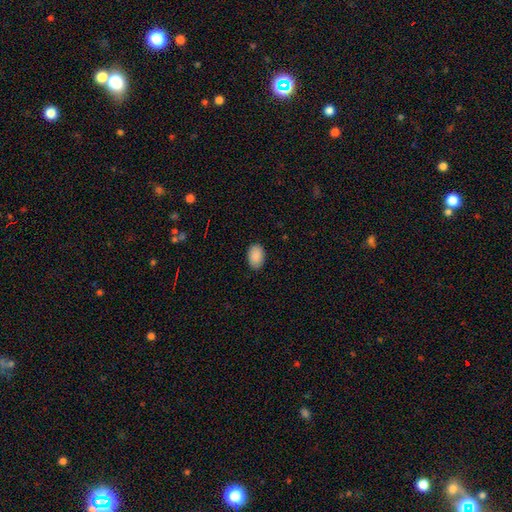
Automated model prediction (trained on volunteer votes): A smooth galaxy with no disk features (90%) that is in between round and cigar-shaped (88%). Merging: none (87%).